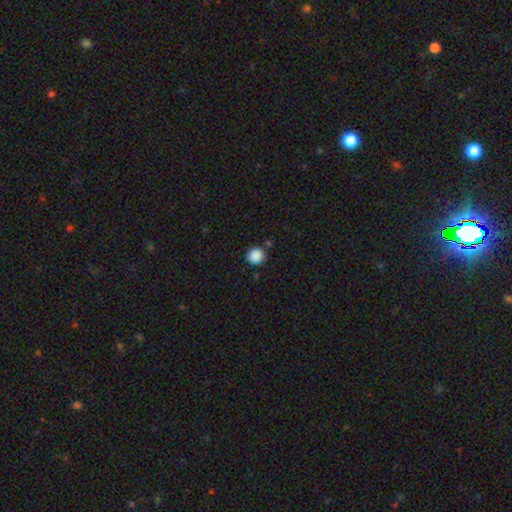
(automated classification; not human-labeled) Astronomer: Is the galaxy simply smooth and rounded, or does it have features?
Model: smooth — 88%.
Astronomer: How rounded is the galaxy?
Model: round — 93%.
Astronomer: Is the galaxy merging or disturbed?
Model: none — 87%.